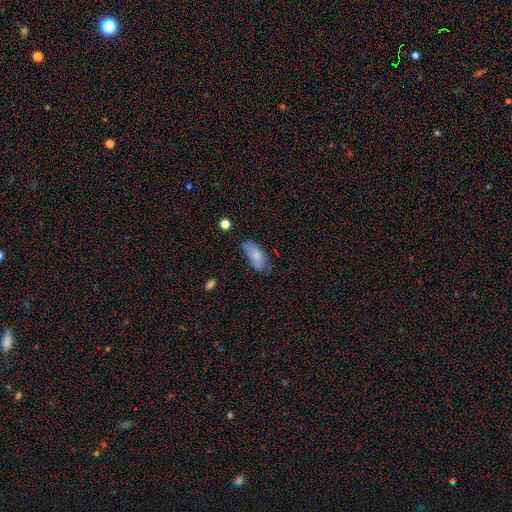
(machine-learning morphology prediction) Q: Smooth or featured?
A: smooth (75%); runner-up: featured or disk (18%)
Q: How rounded?
A: in between (89%); runner-up: cigar-shaped (8%)
Q: Merging?
A: none (50%); runner-up: minor disturbance (35%)